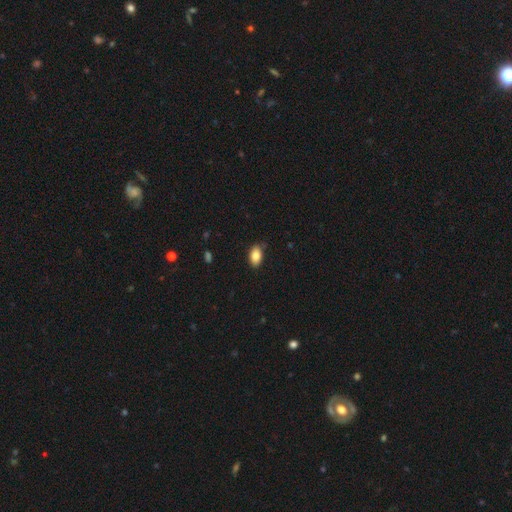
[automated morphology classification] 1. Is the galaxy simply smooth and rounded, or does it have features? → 86% smooth, 8% star or artifact, 6% featured or disk.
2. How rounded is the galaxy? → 92% in between, 6% round, 2% cigar-shaped.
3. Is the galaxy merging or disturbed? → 80% none, 16% minor disturbance, 3% major disturbance, 1% merger.